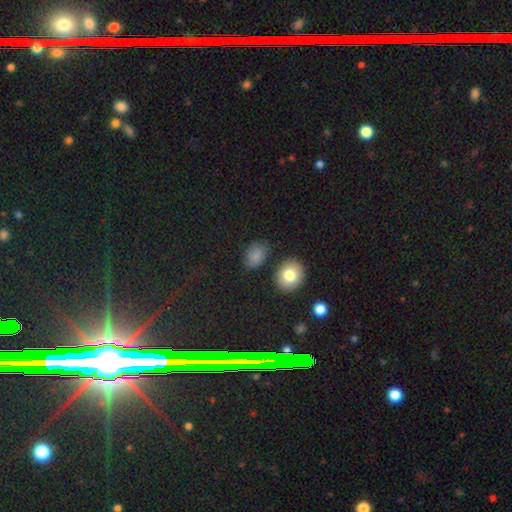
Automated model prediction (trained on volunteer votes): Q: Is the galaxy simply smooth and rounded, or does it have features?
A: smooth — 80%.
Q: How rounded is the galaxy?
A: in between — 74%.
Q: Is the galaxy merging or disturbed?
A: none — 70%.